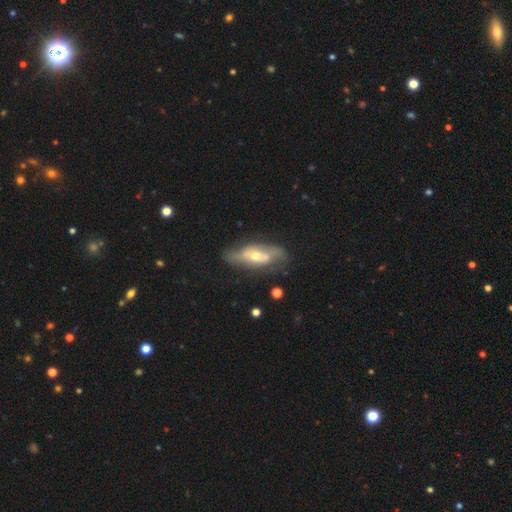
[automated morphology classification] A featured or disk galaxy (65%).

Vote fractions:
- Smooth or featured? featured or disk: 65% / smooth: 29% / star or artifact: 6%
- Edge-on disk? no: 76% / yes: 24%
- Merging? none: 58% / minor disturbance: 24% / major disturbance: 12% / merger: 6%